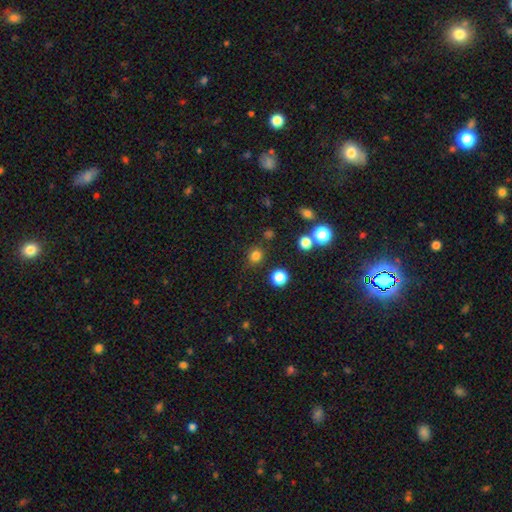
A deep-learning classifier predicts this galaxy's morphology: Q: Smooth or featured?
A: smooth (79%); runner-up: star or artifact (17%)
Q: How rounded?
A: round (86%); runner-up: in between (13%)
Q: Merging?
A: none (86%); runner-up: minor disturbance (8%)